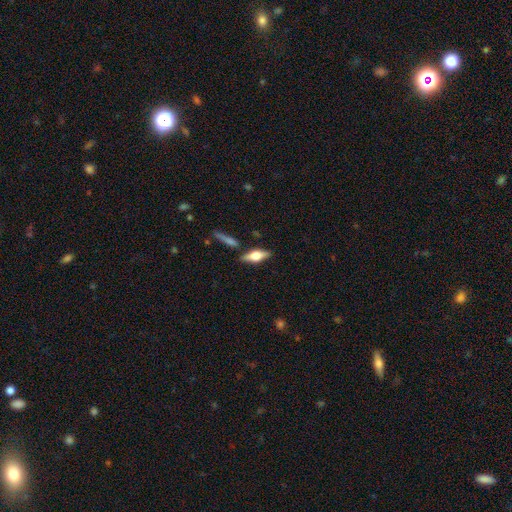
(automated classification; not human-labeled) Smooth or featured? Predicted: featured or disk (p=0.52). Edge-on disk? Predicted: yes (p=0.91). Merging? Predicted: none (p=0.79).